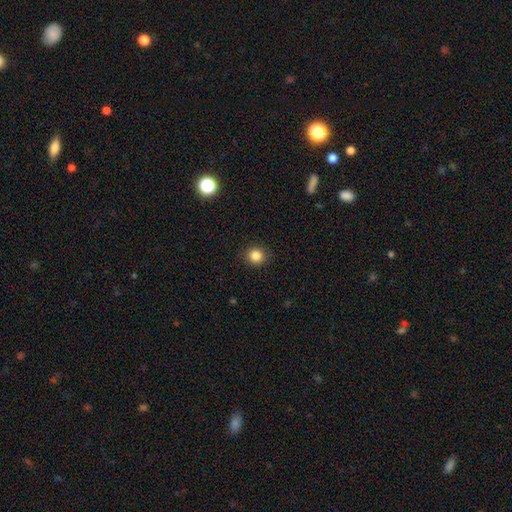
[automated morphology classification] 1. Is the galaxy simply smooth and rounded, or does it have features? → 84% smooth, 11% star or artifact, 4% featured or disk.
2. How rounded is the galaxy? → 85% round, 14% in between, 1% cigar-shaped.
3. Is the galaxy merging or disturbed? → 90% none, 7% minor disturbance, 2% major disturbance, 1% merger.